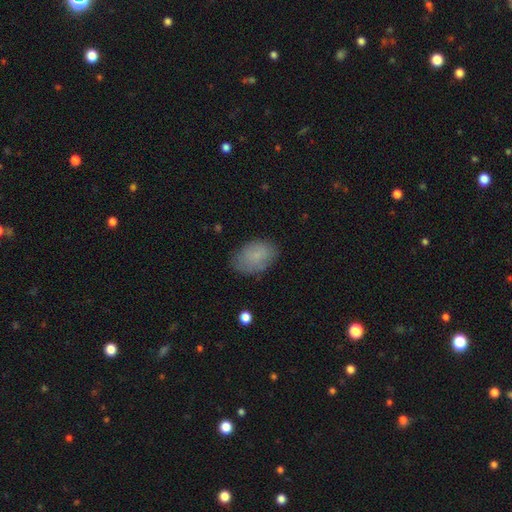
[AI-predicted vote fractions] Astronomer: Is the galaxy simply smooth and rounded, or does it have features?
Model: smooth — 79%.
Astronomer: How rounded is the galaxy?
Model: in between — 88%.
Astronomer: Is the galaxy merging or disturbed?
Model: none — 76%.